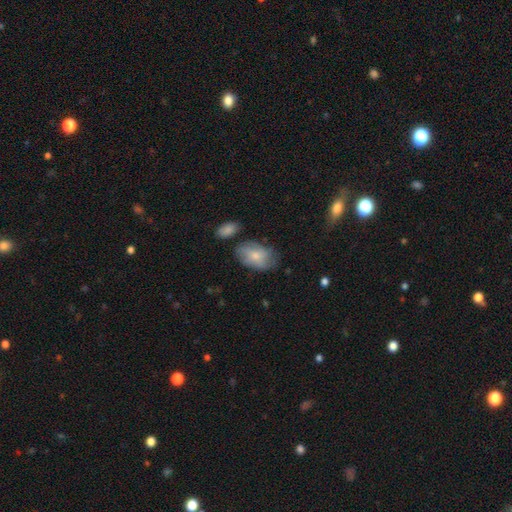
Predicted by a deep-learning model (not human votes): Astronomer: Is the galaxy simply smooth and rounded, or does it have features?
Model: smooth — 63%.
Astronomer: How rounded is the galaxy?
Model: in between — 86%.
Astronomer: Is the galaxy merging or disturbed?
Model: none — 58%.